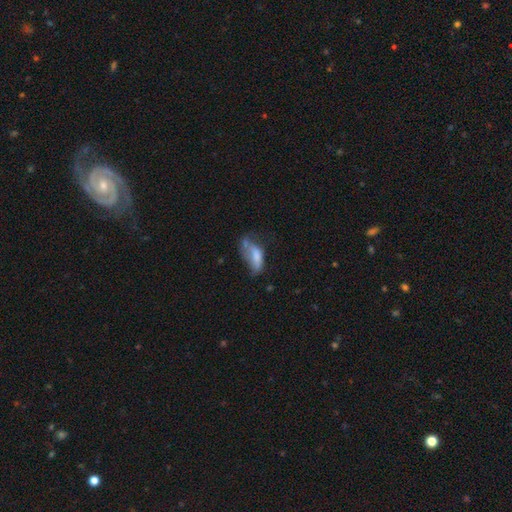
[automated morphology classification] The model was most divided on "merging": major disturbance: 36%, minor disturbance: 27%, none: 23%, merger: 13%. More confident: how rounded — in between (80%); smooth or featured — smooth (62%).